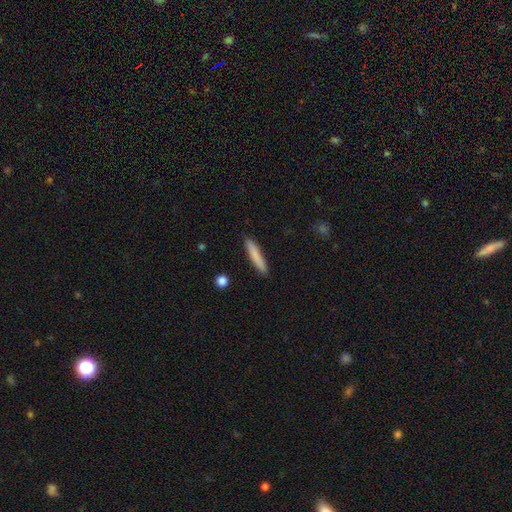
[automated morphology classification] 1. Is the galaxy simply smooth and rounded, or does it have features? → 82% smooth, 12% featured or disk, 6% star or artifact.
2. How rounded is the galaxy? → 93% cigar-shaped, 6% in between, 1% round.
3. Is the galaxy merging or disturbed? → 90% none, 7% minor disturbance, 2% major disturbance, 1% merger.